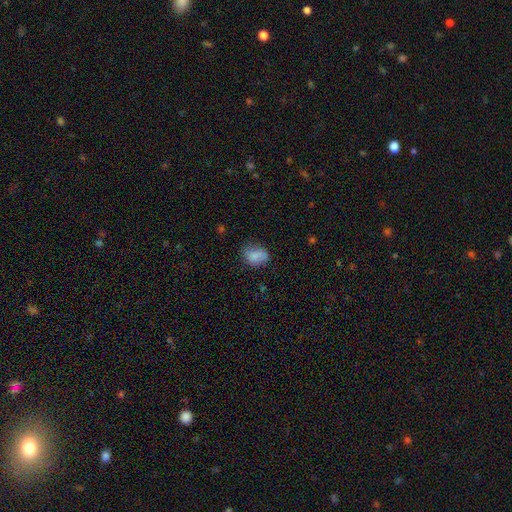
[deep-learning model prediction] Smooth or featured: smooth — 79% (featured or disk — 13%)
How rounded: in between — 61% (round — 38%)
Merging: none — 64% (minor disturbance — 27%)